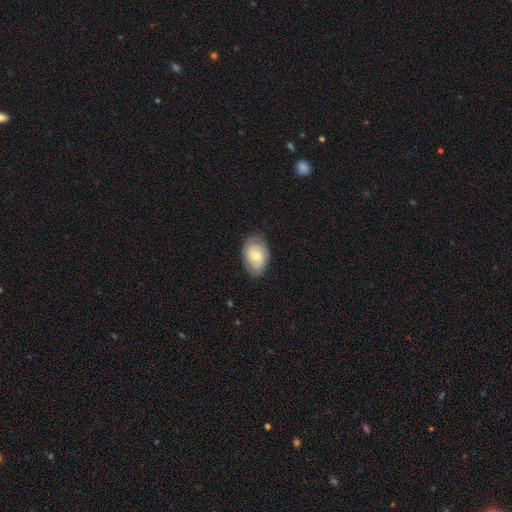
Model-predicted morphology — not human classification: Smooth or featured? featured or disk (56%)
Edge-on disk? no (95%)
Bar? no (66%)
Spiral arms? yes (76%)
Bulge size? moderate (61%)
Merging? none (78%)